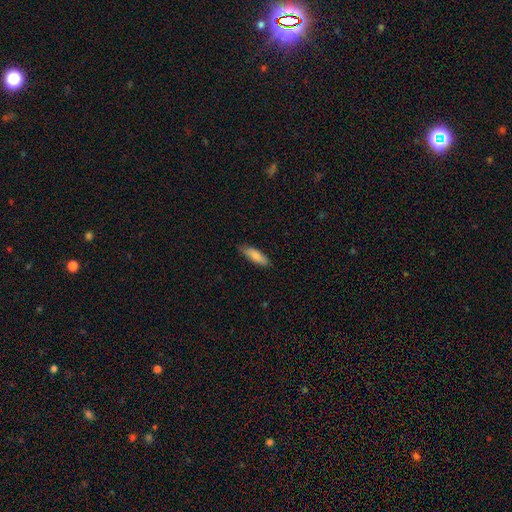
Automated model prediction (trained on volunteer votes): Overall: smooth (82%). How rounded: in between (52%; cigar-shaped 47%). Merging: none (82%).